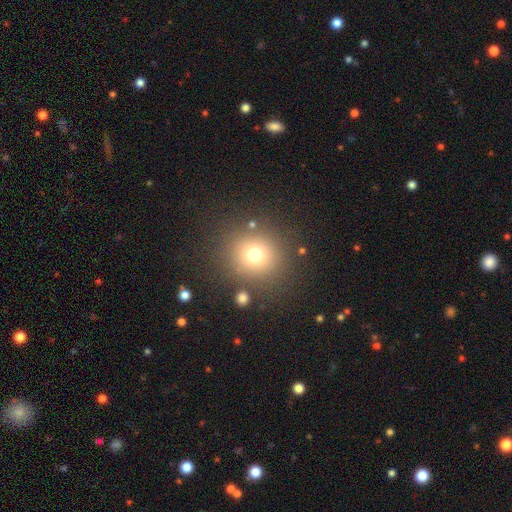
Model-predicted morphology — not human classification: Smooth or featured? Predicted: smooth (p=0.71). How rounded? Predicted: round (p=0.91). Merging? Predicted: none (p=0.85).